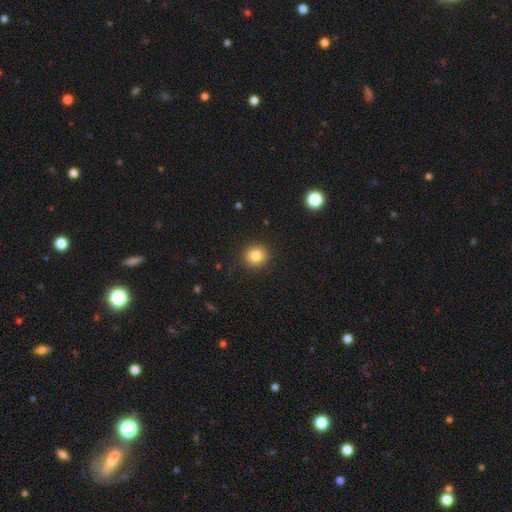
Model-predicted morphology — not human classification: Q: Smooth or featured?
A: smooth (84%); runner-up: star or artifact (11%)
Q: How rounded?
A: round (90%); runner-up: in between (9%)
Q: Merging?
A: none (91%); runner-up: minor disturbance (6%)